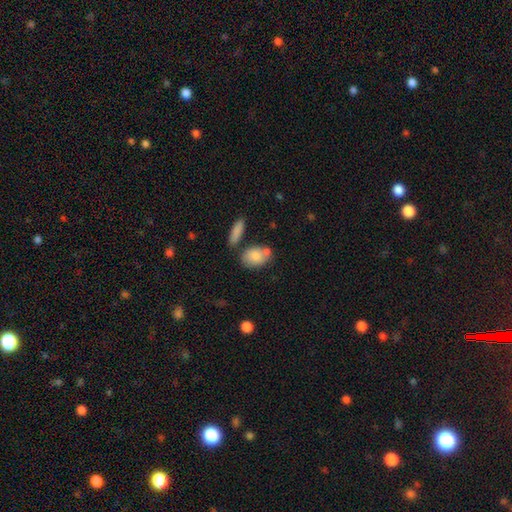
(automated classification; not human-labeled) Smooth or featured?
  - smooth: 82% *
  - featured or disk: 11%
  - star or artifact: 7%
How rounded?
  - in between: 78% *
  - round: 19%
  - cigar-shaped: 3%
Merging?
  - none: 54% *
  - merger: 24%
  - minor disturbance: 17%
  - major disturbance: 5%